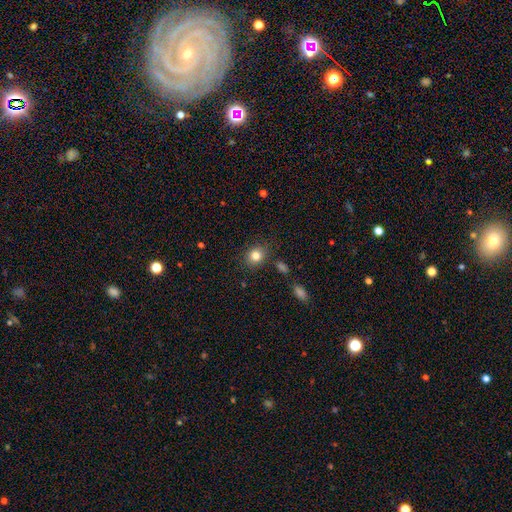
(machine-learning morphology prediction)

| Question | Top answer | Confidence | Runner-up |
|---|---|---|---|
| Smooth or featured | smooth | 82% | star or artifact (11%) |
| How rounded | round | 67% | in between (32%) |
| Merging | none | 83% | minor disturbance (11%) |